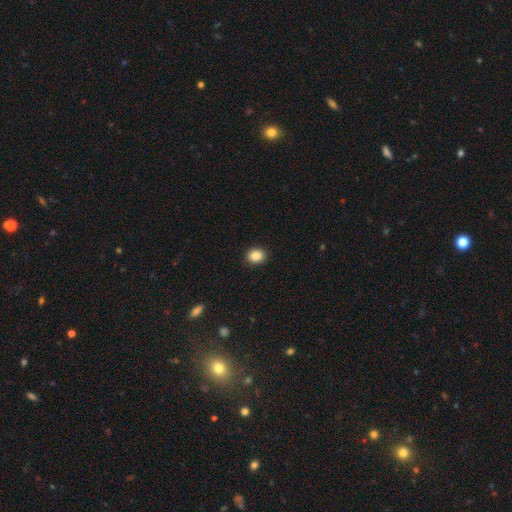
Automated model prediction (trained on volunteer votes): smooth_or_featured: smooth (p=0.87) [alt: star or artifact p=0.09]
how_rounded: round (p=0.58) [alt: in between p=0.41]
merging: none (p=0.91) [alt: minor disturbance p=0.06]